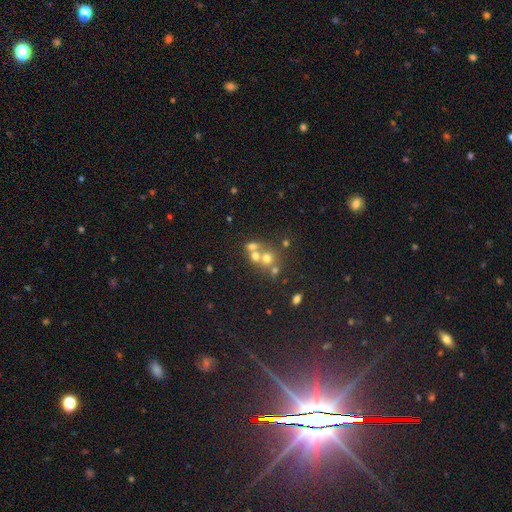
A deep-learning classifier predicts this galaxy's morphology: Smooth or featured? Predicted: star or artifact (p=0.41).